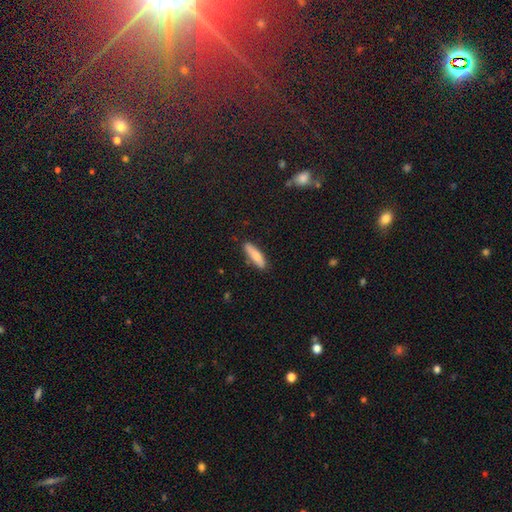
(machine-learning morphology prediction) smooth_or_featured: smooth (p=0.77) [alt: featured or disk p=0.17]
how_rounded: cigar-shaped (p=0.62) [alt: in between p=0.36]
merging: none (p=0.83) [alt: minor disturbance p=0.13]